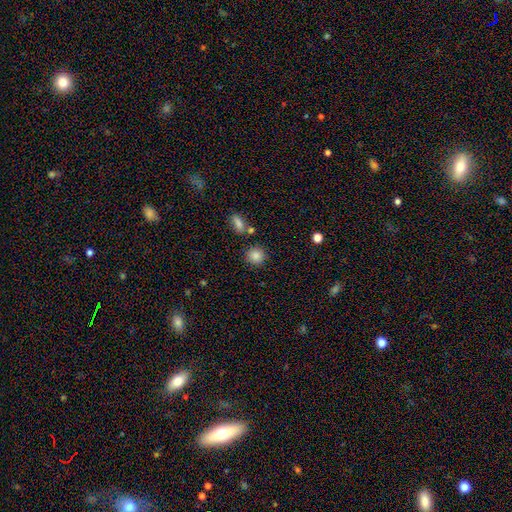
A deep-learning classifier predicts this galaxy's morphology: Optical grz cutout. It shows a smooth galaxy with no disk features (85%) that is round (90%). Merging: none (84%).